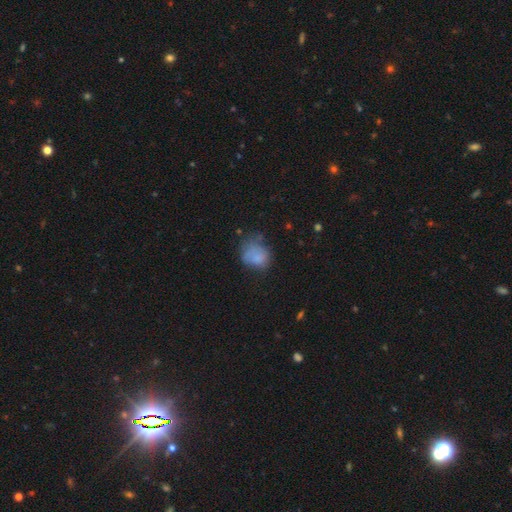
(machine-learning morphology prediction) The model was most divided on "how rounded": round: 51%, in between: 48%, cigar-shaped: 1%. Remaining: smooth or featured — smooth (73%); merging — none (41%).